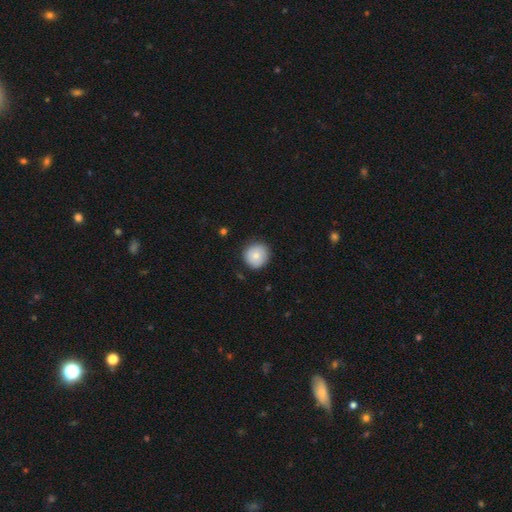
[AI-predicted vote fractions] Smooth or featured? Predicted: smooth (p=0.76). How rounded? Predicted: round (p=0.92). Merging? Predicted: none (p=0.84).